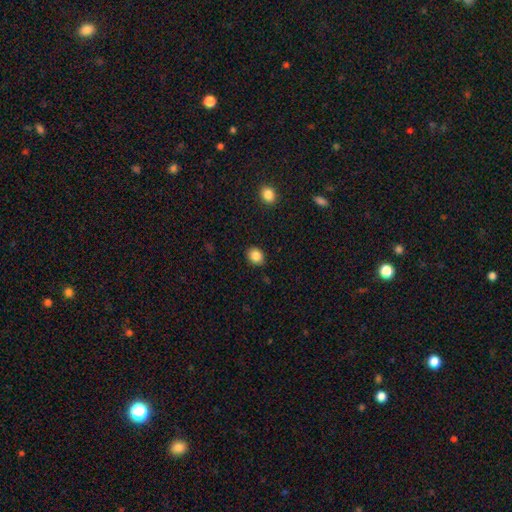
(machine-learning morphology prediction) smooth 86%, star or artifact 9%, featured or disk 4%. Down the decision tree: how rounded — round (54%); merging — none (88%).